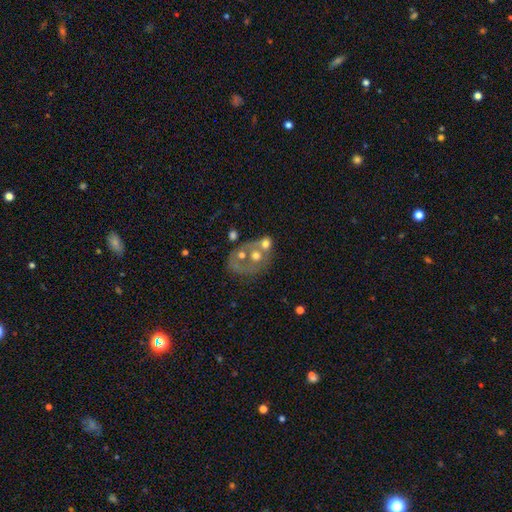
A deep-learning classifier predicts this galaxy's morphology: A featured or disk galaxy (48%). Merging: merger (53%).